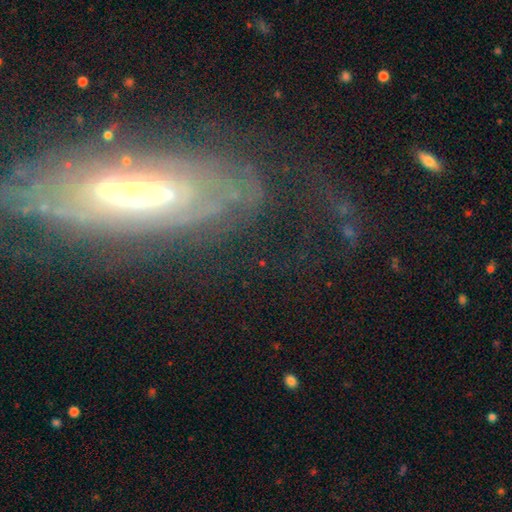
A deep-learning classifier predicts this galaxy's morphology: smooth_or_featured: featured or disk (p=0.78) [alt: smooth p=0.13]
disk_edge_on: no (p=0.75) [alt: yes p=0.25]
bar: no (p=0.39) [alt: weak p=0.32]
has_spiral_arms: yes (p=0.75) [alt: no p=0.25]
bulge_size: moderate (p=0.47) [alt: small p=0.27]
merging: none (p=0.59) [alt: major disturbance p=0.19]